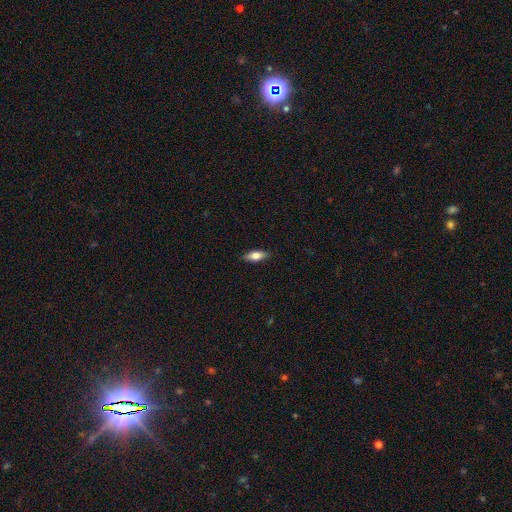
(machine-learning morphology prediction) This is likely a smooth galaxy (76%). How rounded: likely in between (76%). Merging: clearly none (86%).